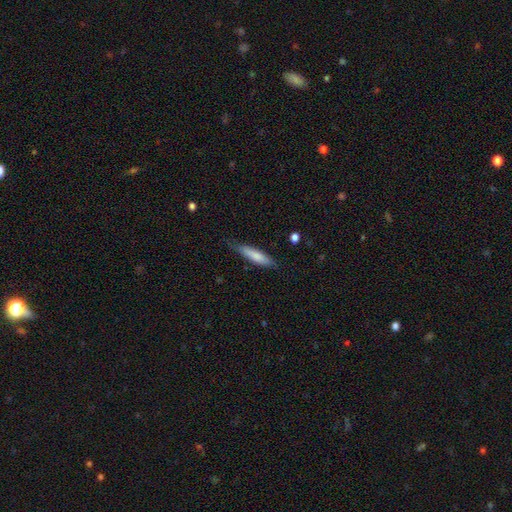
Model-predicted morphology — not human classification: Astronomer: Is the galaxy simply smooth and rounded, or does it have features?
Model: smooth — 76%.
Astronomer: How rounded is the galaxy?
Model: cigar-shaped — 79%.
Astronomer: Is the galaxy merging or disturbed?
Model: none — 74%.